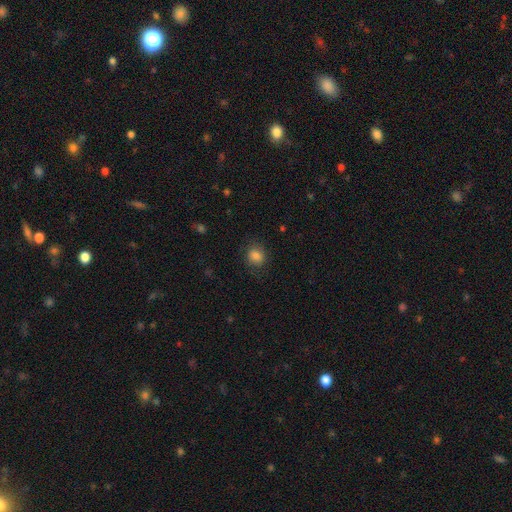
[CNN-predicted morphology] This appears to be a smooth galaxy with no disk features (83%) that is round (71%). Merging: none (78%).